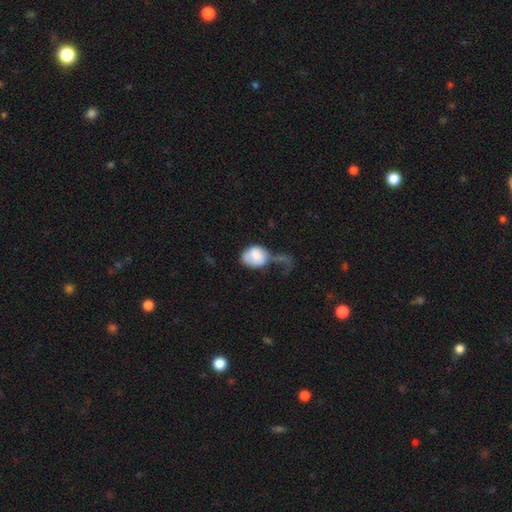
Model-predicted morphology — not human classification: type=smooth (73%); roundness=in between (54%); merging=major disturbance (50%).